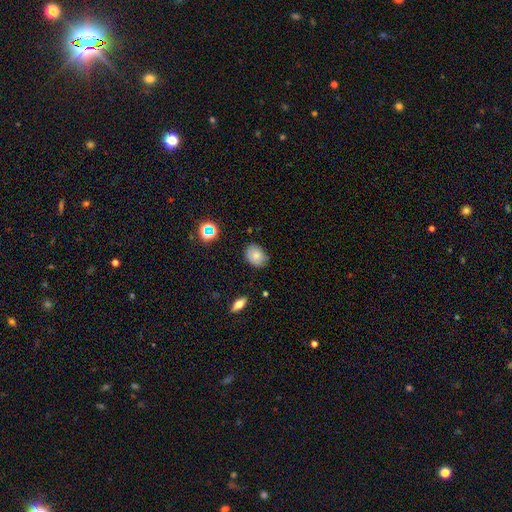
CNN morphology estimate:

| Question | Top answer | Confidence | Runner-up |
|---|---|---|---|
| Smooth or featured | smooth | 75% | featured or disk (14%) |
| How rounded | in between | 66% | round (33%) |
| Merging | none | 74% | minor disturbance (21%) |